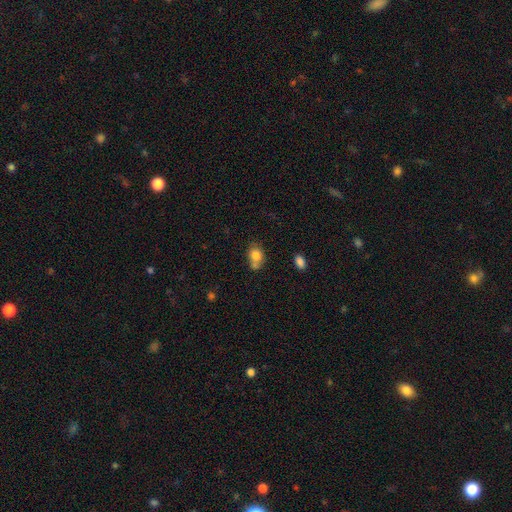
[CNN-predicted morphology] A smooth galaxy with no disk features (79%) that is in between round and cigar-shaped (56%). Merging: none (44%).